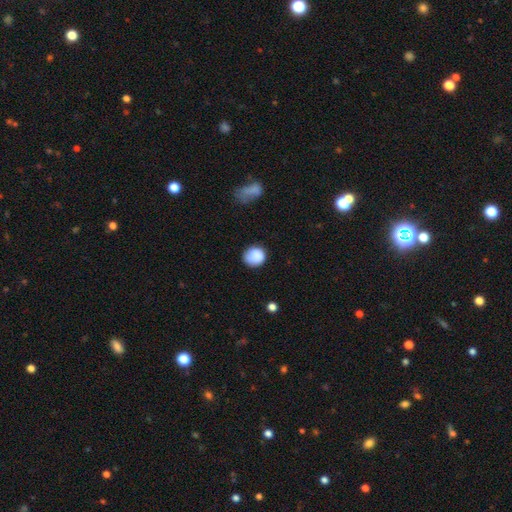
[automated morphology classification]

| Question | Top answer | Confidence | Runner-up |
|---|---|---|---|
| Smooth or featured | smooth | 87% | star or artifact (8%) |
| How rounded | round | 83% | in between (16%) |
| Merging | none | 73% | minor disturbance (20%) |